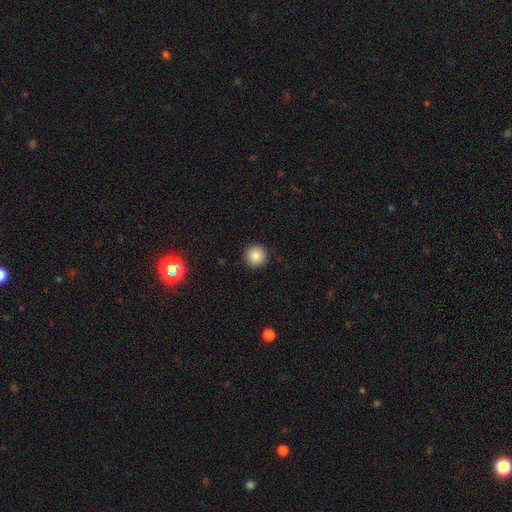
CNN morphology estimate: smooth_or_featured: smooth (p=0.86) [alt: star or artifact p=0.10]
how_rounded: round (p=0.96) [alt: in between p=0.03]
merging: none (p=0.92) [alt: minor disturbance p=0.05]